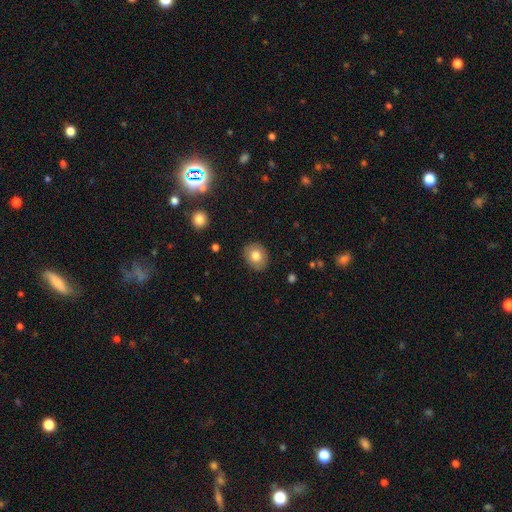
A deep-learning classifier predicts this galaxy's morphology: Smooth or featured: smooth — 80% (featured or disk — 12%)
How rounded: round — 57% (in between — 42%)
Merging: none — 88% (minor disturbance — 9%)